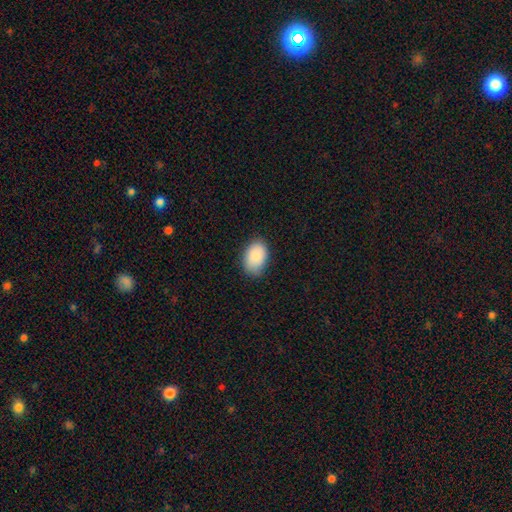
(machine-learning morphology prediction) Smooth or featured? smooth (87%)
How rounded? in between (88%)
Merging? none (80%)